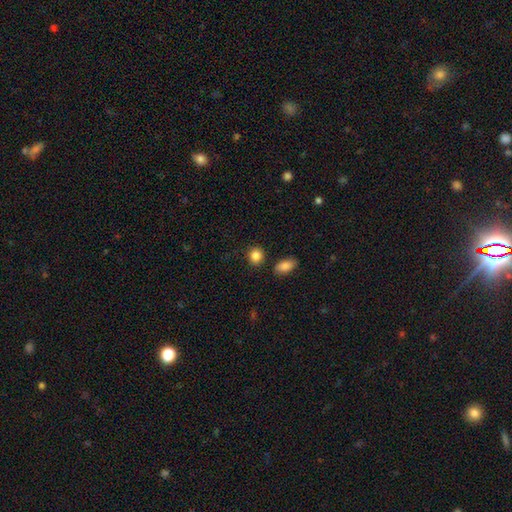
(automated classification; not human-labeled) Q: Smooth or featured?
A: smooth (86%); runner-up: star or artifact (9%)
Q: How rounded?
A: round (81%); runner-up: in between (18%)
Q: Merging?
A: none (84%); runner-up: minor disturbance (9%)